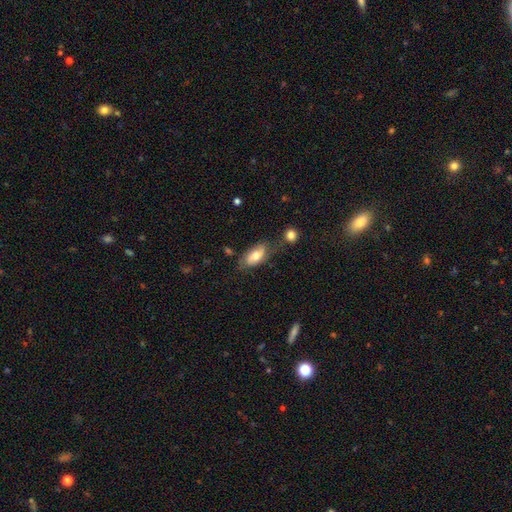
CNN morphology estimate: Smooth or featured? Predicted: smooth (p=0.59). How rounded? Predicted: in between (p=0.89). Merging? Predicted: none (p=0.57).